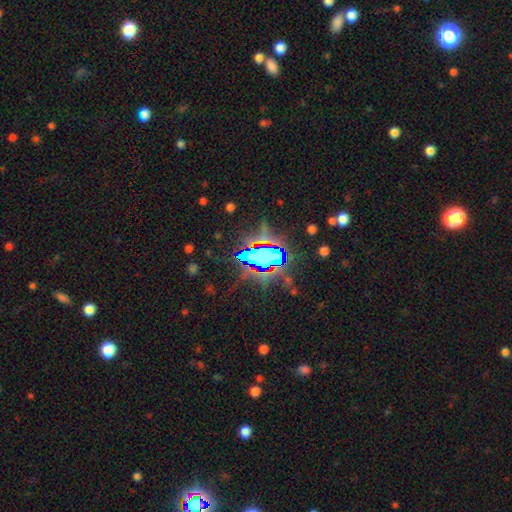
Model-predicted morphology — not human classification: Smooth or featured?
  - star or artifact: 72% *
  - smooth: 15%
  - featured or disk: 13%